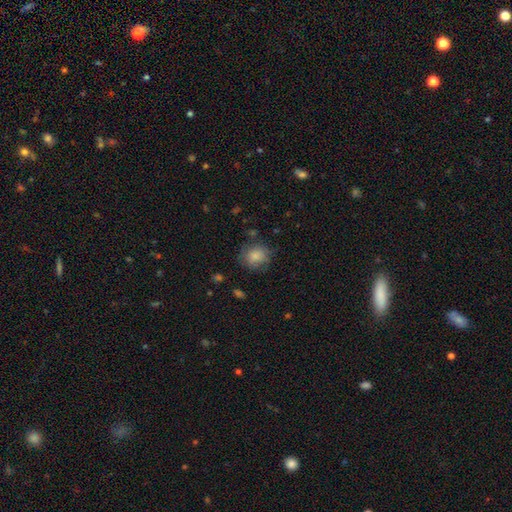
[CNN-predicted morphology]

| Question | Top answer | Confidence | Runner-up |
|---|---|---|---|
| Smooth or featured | smooth | 81% | featured or disk (11%) |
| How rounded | round | 79% | in between (20%) |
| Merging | none | 69% | minor disturbance (21%) |